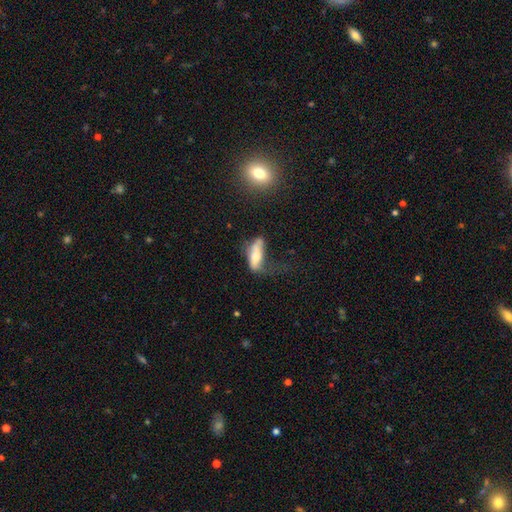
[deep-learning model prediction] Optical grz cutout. It shows a smooth galaxy with no disk features (60%) that is in between round and cigar-shaped (69%). Merging: major disturbance (44%).